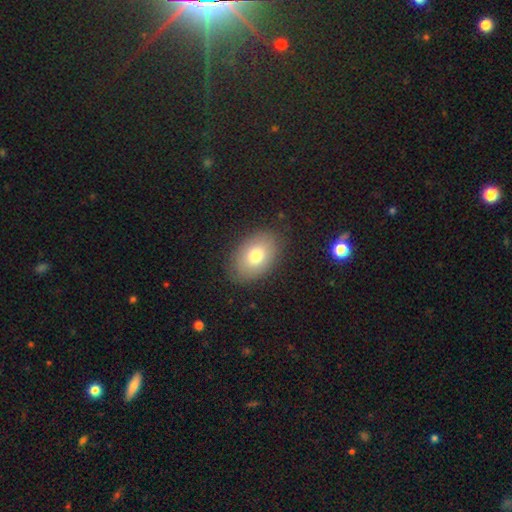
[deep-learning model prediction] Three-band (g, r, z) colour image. It shows a smooth galaxy with no disk features (76%) that is in between round and cigar-shaped (85%). Merging: none (84%).